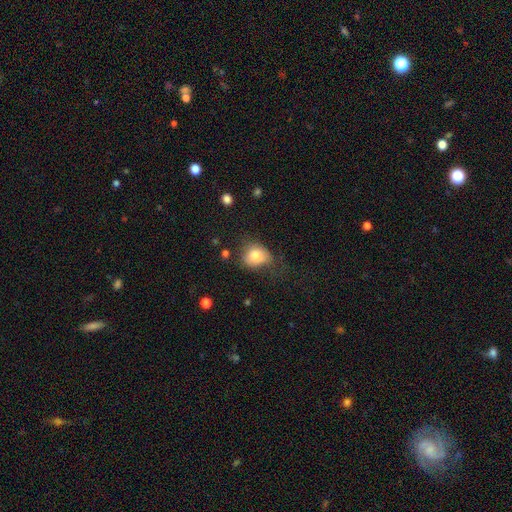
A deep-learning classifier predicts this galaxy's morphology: This appears to be a smooth galaxy with no disk features (80%) that is round (55%). Merging: none (49%).